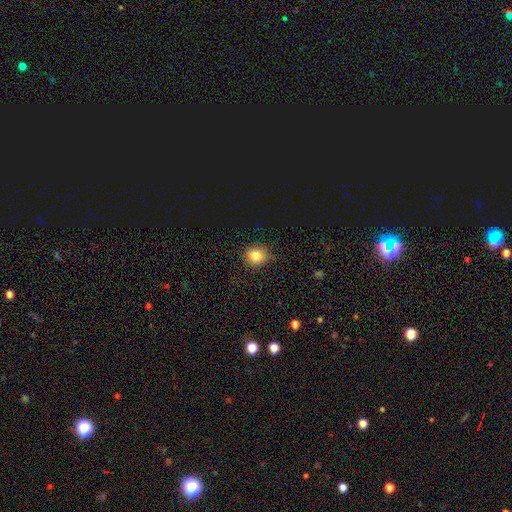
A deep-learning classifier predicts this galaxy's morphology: A smooth galaxy with no disk features (83%) that is round (80%).

Vote fractions:
- Smooth or featured? smooth: 83% / star or artifact: 11% / featured or disk: 5%
- How rounded? round: 80% / in between: 19% / cigar-shaped: 1%
- Merging? none: 81% / minor disturbance: 15% / major disturbance: 3% / merger: 1%